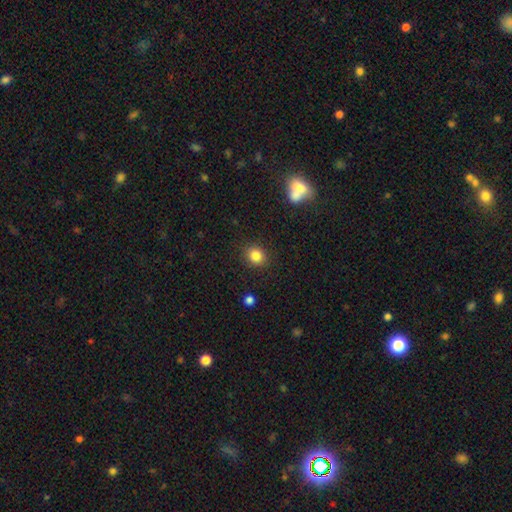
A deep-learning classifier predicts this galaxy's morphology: The model was most divided on "how rounded": round: 74%, in between: 25%, cigar-shaped: 1%. More confident: merging — none (89%); smooth or featured — smooth (84%).